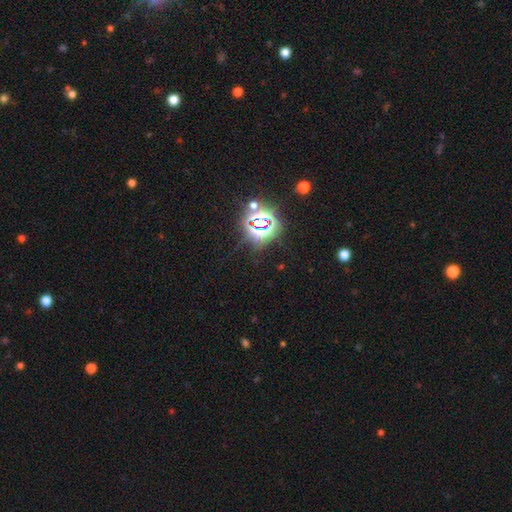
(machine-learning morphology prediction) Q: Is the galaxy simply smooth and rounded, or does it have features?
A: star or artifact — 80%.